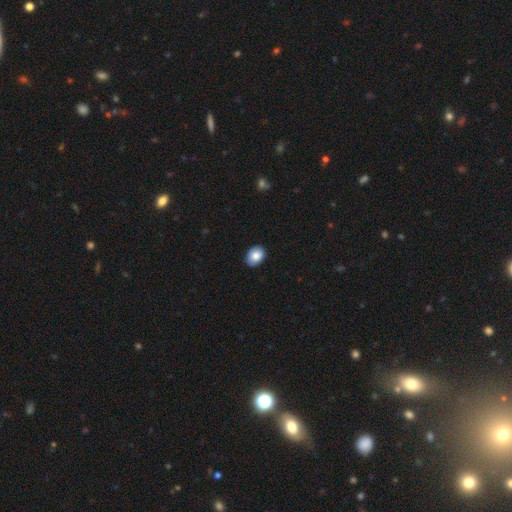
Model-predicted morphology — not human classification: smooth-or-featured: smooth: 85% | featured or disk: 8% | star or artifact: 7%
  how-rounded: in between: 69% | round: 30% | cigar-shaped: 1%
  merging: none: 87% | minor disturbance: 10% | major disturbance: 2% | merger: 1%